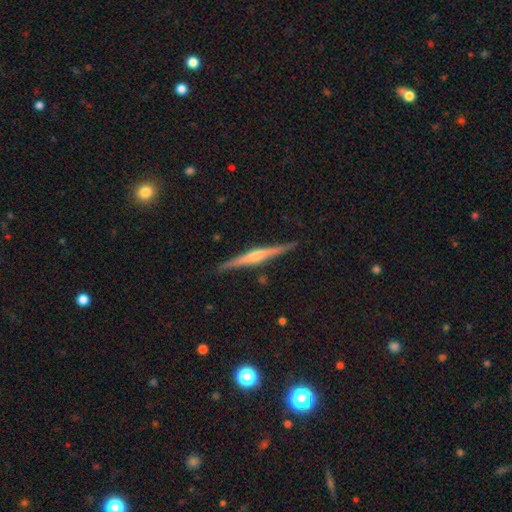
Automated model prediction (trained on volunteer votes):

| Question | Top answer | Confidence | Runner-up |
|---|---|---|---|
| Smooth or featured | featured or disk | 73% | smooth (21%) |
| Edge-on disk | yes | 98% | no (2%) |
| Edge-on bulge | rounded | 62% | none (22%) |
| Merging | none | 89% | minor disturbance (8%) |